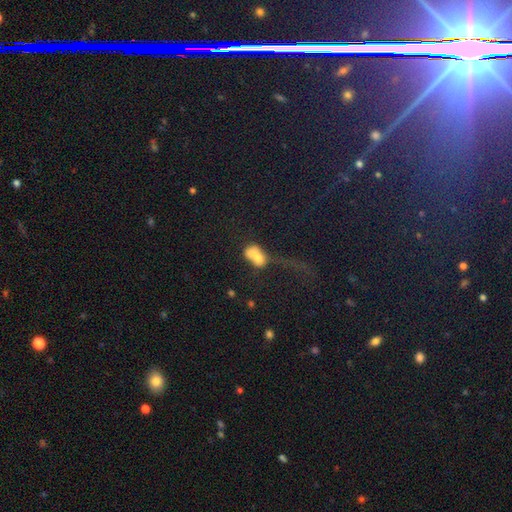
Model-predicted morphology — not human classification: The model was most divided on "merging": major disturbance: 41%, merger: 25%, none: 18%, minor disturbance: 16%. More confident: how rounded — in between (83%); smooth or featured — smooth (67%).